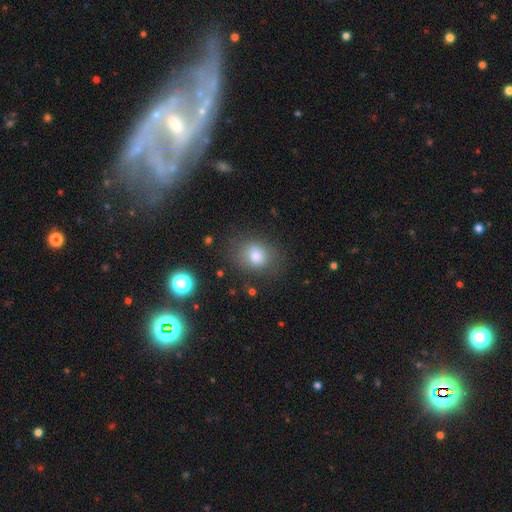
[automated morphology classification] This is likely a smooth galaxy (79%). How rounded: possibly round (58%). Merging: likely none (76%).